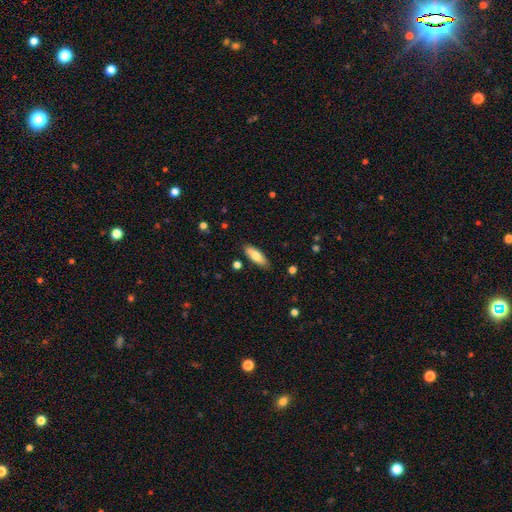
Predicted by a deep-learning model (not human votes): A smooth galaxy with no disk features (73%) that is in between round and cigar-shaped (66%).

Vote fractions:
- Smooth or featured? smooth: 73% / featured or disk: 21% / star or artifact: 6%
- How rounded? in between: 66% / cigar-shaped: 32% / round: 2%
- Merging? none: 85% / minor disturbance: 11% / major disturbance: 2% / merger: 2%